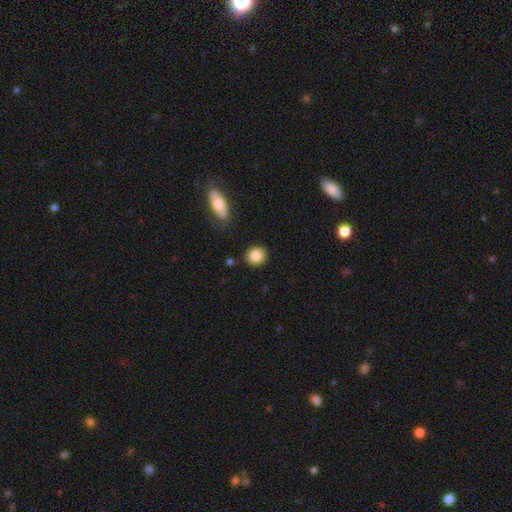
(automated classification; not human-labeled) Overall: smooth (86%). How rounded: round (84%). Merging: none (88%).